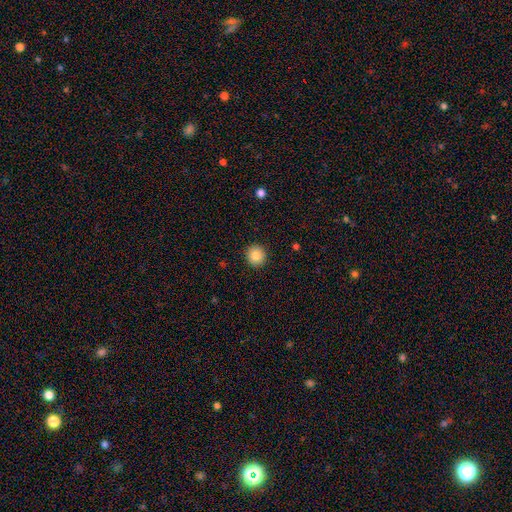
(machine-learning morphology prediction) smooth_or_featured: smooth (p=0.86) [alt: star or artifact p=0.09]
how_rounded: round (p=0.92) [alt: in between p=0.07]
merging: none (p=0.92) [alt: minor disturbance p=0.05]